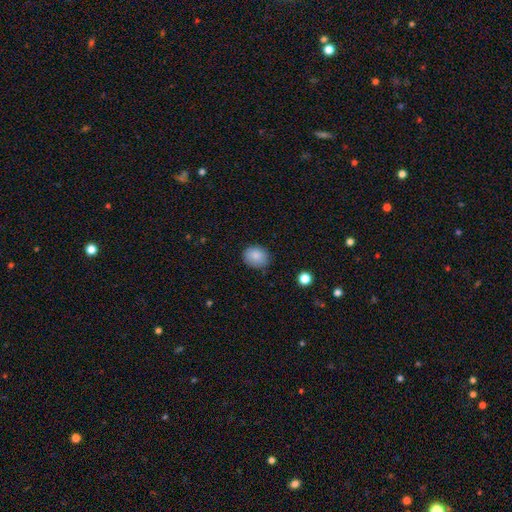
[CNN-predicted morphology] Q: Smooth or featured?
A: smooth (86%); runner-up: star or artifact (9%)
Q: How rounded?
A: round (62%); runner-up: in between (37%)
Q: Merging?
A: none (80%); runner-up: minor disturbance (15%)